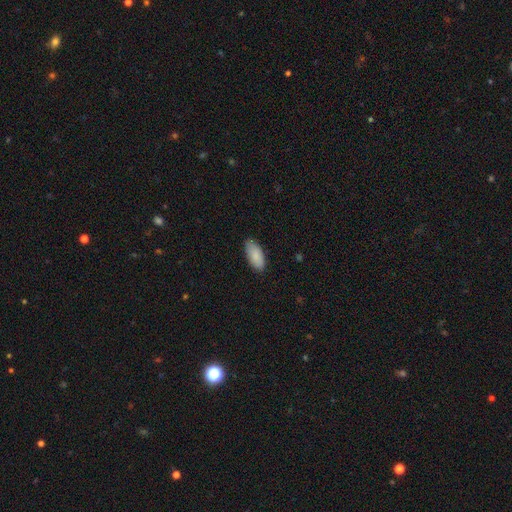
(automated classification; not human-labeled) smooth-or-featured: smooth: 88% | featured or disk: 7% | star or artifact: 6%
  how-rounded: in between: 90% | cigar-shaped: 8% | round: 2%
  merging: none: 82% | minor disturbance: 14% | major disturbance: 2% | merger: 1%